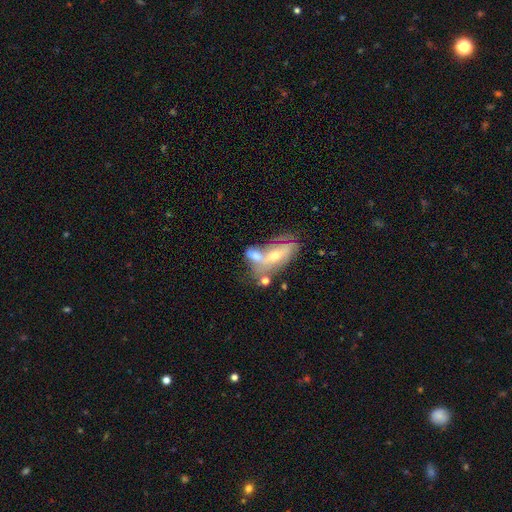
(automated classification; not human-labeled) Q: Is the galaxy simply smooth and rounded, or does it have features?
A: featured or disk — 51%.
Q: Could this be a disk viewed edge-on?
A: no — 83%.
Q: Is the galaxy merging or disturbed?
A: merger — 53%.